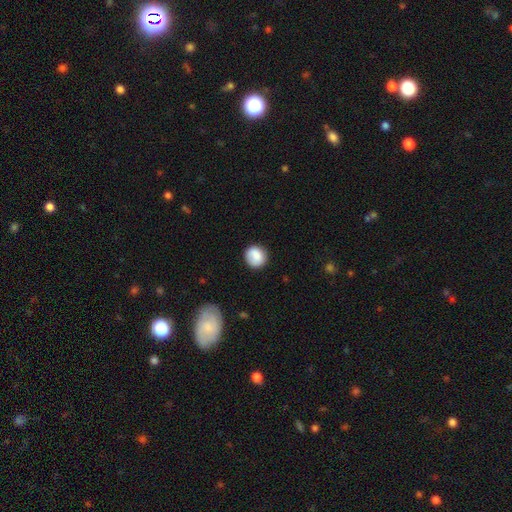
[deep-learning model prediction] smooth 84%, featured or disk 8%, star or artifact 7%. Down the decision tree: how rounded — round (88%); merging — none (82%).